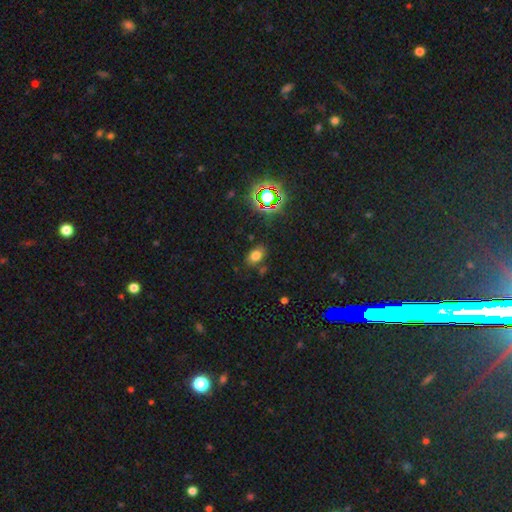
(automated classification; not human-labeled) This appears to be a smooth galaxy with no disk features (70%) that is in between round and cigar-shaped (79%). Merging: none (77%).